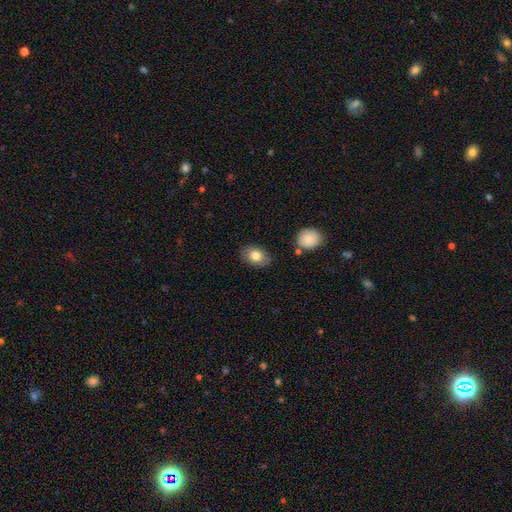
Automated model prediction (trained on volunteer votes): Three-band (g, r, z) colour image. It shows a smooth galaxy with no disk features (78%) that is in between round and cigar-shaped (76%). Merging: none (82%).